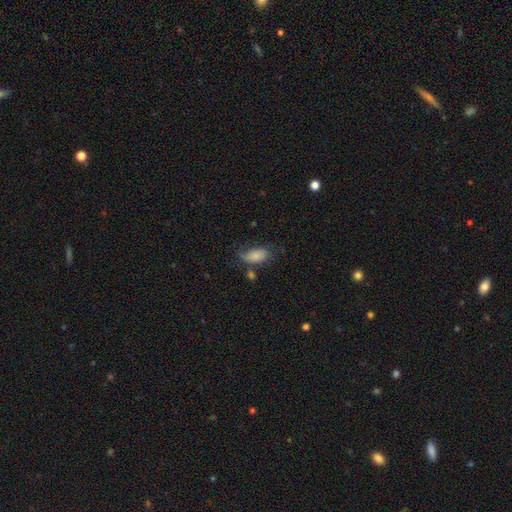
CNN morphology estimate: A smooth galaxy with no disk features (76%) that is in between round and cigar-shaped (92%). Merging: none (50%).